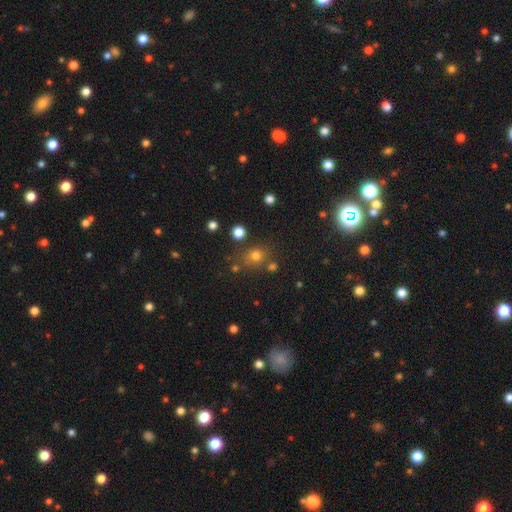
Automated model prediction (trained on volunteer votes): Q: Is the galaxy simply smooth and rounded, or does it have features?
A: smooth — 72%.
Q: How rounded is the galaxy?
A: round — 75%.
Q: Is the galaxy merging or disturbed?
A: none — 73%.